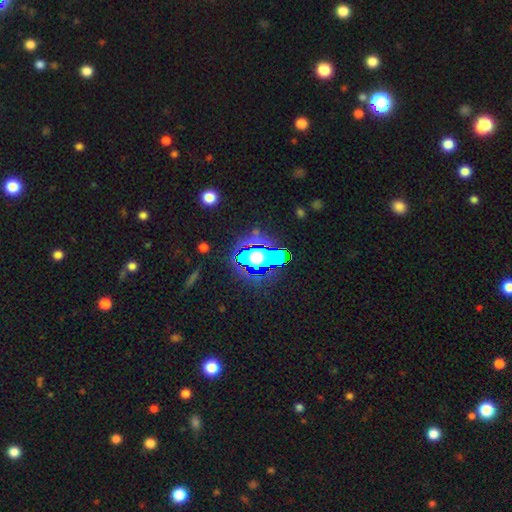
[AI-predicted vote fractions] Smooth or featured: star or artifact — 57% (smooth — 27%)